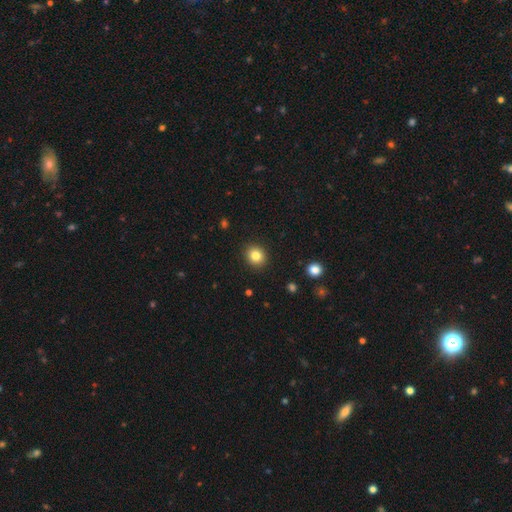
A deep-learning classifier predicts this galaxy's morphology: smooth 83%, star or artifact 11%, featured or disk 6%. Down the decision tree: how rounded — round (81%); merging — none (91%).